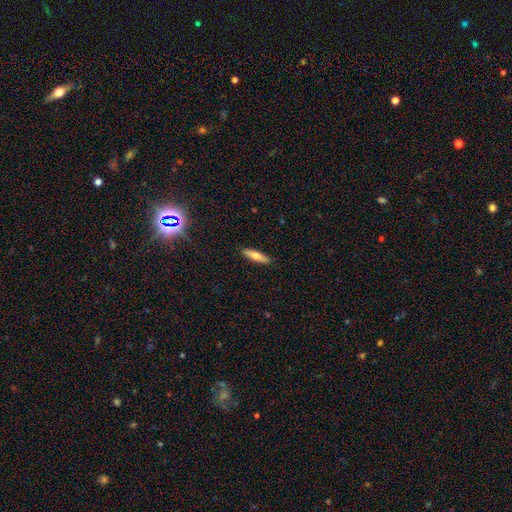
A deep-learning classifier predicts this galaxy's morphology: This appears to be a smooth galaxy with no disk features (68%) that is cigar-shaped (73%). Merging: none (90%).